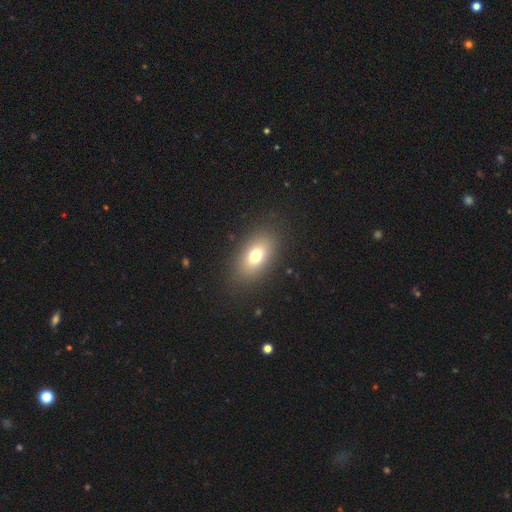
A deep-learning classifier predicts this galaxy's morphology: A smooth galaxy with no disk features (73%) that is in between round and cigar-shaped (86%). Merging: none (86%).